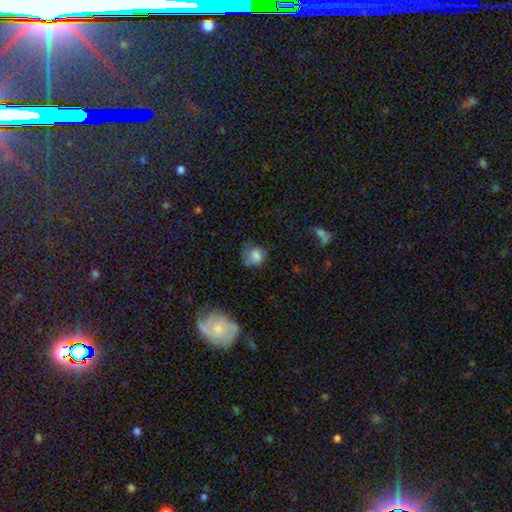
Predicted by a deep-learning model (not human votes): smooth_or_featured: smooth (p=0.77) [alt: featured or disk p=0.14]
how_rounded: round (p=0.69) [alt: in between p=0.30]
merging: none (p=0.46) [alt: minor disturbance p=0.33]